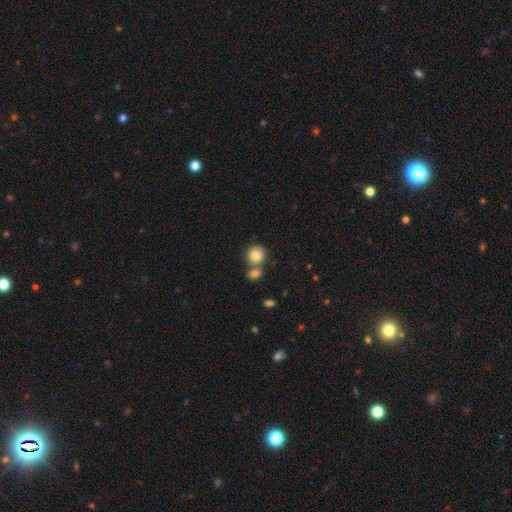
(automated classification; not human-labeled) Smooth or featured: smooth — 83% (star or artifact — 8%)
How rounded: round — 84% (in between — 15%)
Merging: none — 53% (merger — 35%)